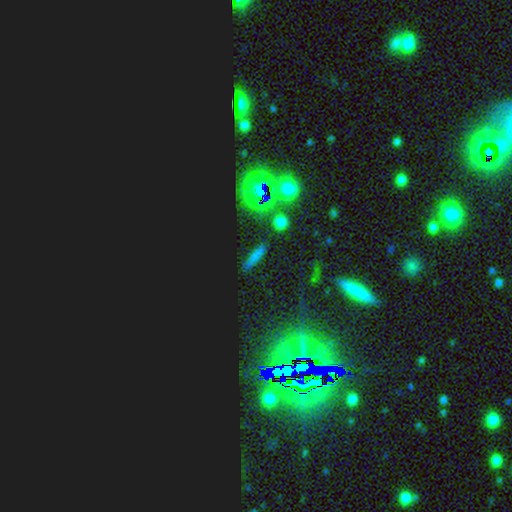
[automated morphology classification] Smooth or featured?
  - smooth: 52% *
  - star or artifact: 34%
  - featured or disk: 14%
How rounded?
  - cigar-shaped: 81% *
  - in between: 12%
  - round: 7%
Merging?
  - none: 86% *
  - minor disturbance: 9%
  - major disturbance: 3%
  - merger: 2%